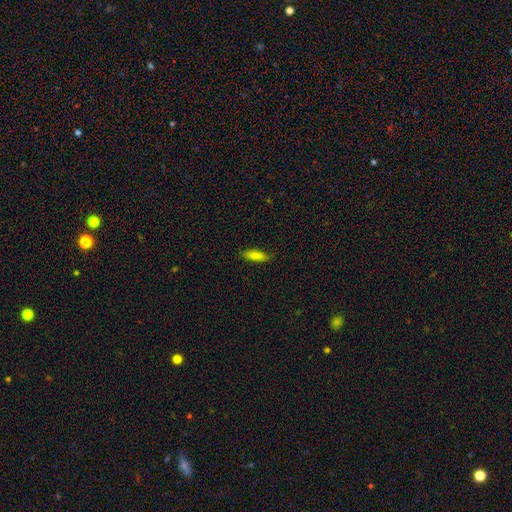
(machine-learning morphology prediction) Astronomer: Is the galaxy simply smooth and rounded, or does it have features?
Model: smooth — 83%.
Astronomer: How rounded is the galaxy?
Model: in between — 54% (runner-up: cigar-shaped, 44%).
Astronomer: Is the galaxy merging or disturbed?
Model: none — 85%.